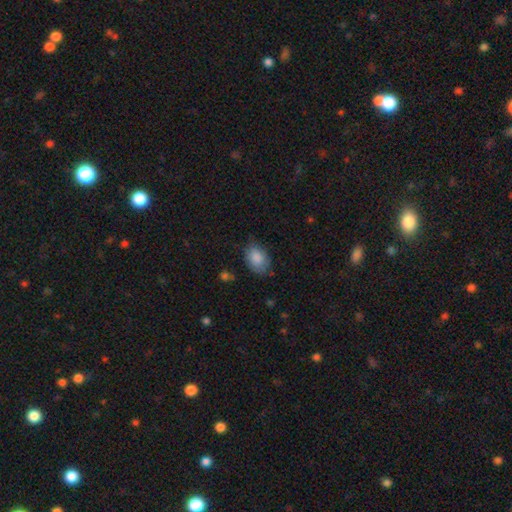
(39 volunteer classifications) smooth-or-featured: smooth: 90% | featured or disk: 8% | star or artifact: 3%
  how-rounded: in between: 69% | round: 31% | cigar-shaped: 0%
  merging: none: 76% | minor disturbance: 16% | major disturbance: 8% | merger: 0%